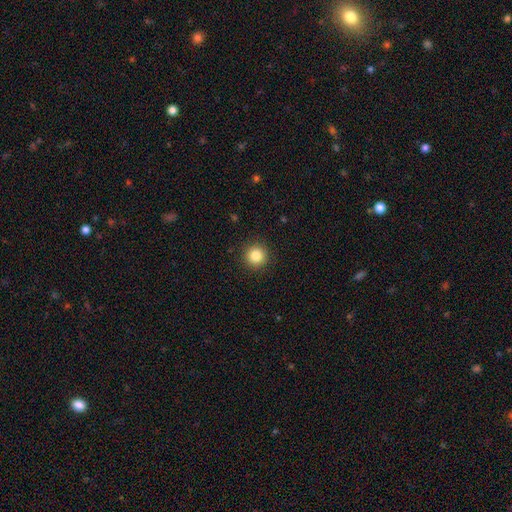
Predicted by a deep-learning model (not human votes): smooth-or-featured: smooth: 84% | star or artifact: 11% | featured or disk: 5%
  how-rounded: round: 95% | in between: 4% | cigar-shaped: 1%
  merging: none: 92% | minor disturbance: 5% | major disturbance: 2% | merger: 1%